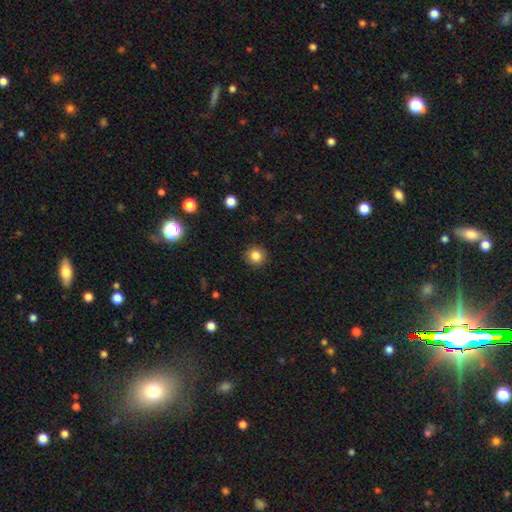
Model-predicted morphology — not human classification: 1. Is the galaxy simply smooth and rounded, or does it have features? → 84% smooth, 11% star or artifact, 5% featured or disk.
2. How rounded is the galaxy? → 93% round, 6% in between, 1% cigar-shaped.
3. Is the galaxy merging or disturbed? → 91% none, 6% minor disturbance, 2% major disturbance, 1% merger.